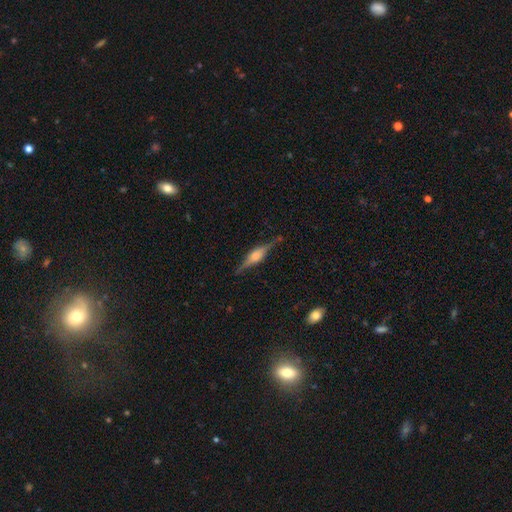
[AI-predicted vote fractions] Smooth or featured: featured or disk — 75% (smooth — 18%)
Edge-on disk: yes — 97% (no — 3%)
Edge-on bulge: rounded — 75% (boxy — 22%)
Merging: none — 83% (minor disturbance — 12%)